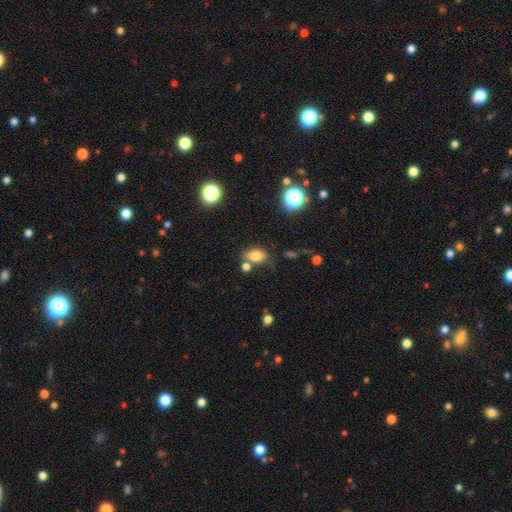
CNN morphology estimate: This is likely a smooth galaxy (76%). How rounded: clearly in between (81%). Merging: likely none (61%).